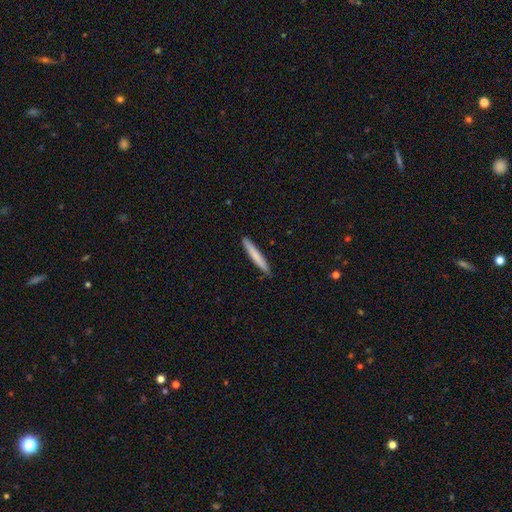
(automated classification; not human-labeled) Smooth or featured?
  - smooth: 75% *
  - featured or disk: 19%
  - star or artifact: 5%
How rounded?
  - cigar-shaped: 96% *
  - in between: 3%
  - round: 1%
Merging?
  - none: 90% *
  - minor disturbance: 7%
  - major disturbance: 1%
  - merger: 1%